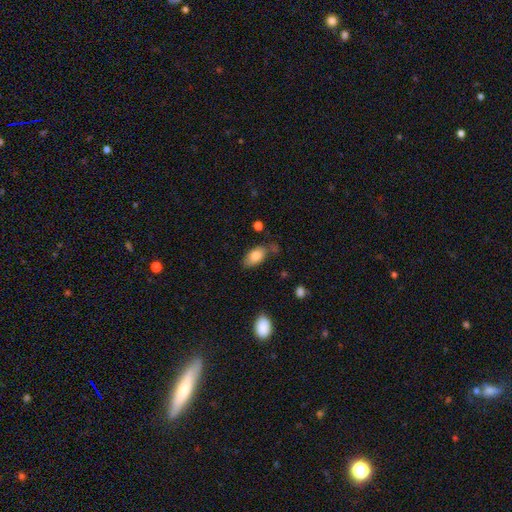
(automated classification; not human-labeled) smooth 84%, featured or disk 9%, star or artifact 7%. Down the decision tree: how rounded — in between (92%); merging — none (63%).